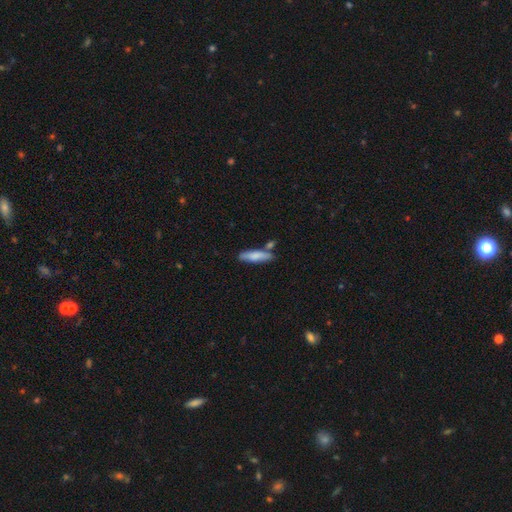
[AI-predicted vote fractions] Smooth or featured? smooth (75%)
How rounded? cigar-shaped (70%)
Merging? none (67%)